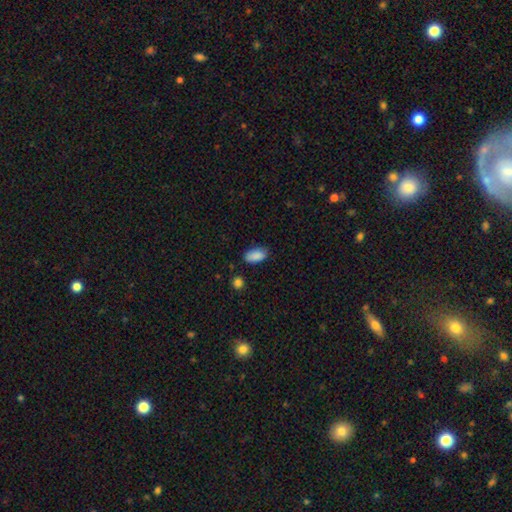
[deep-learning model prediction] smooth_or_featured: smooth (p=0.89) [alt: star or artifact p=0.07]
how_rounded: in between (p=0.94) [alt: round p=0.04]
merging: none (p=0.79) [alt: minor disturbance p=0.16]